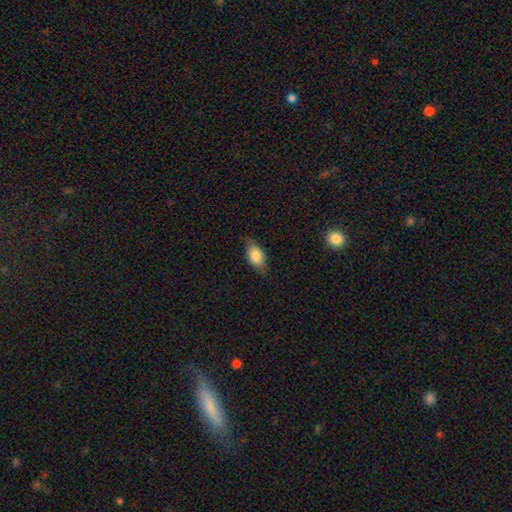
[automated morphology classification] Q: Smooth or featured?
A: smooth (76%); runner-up: featured or disk (17%)
Q: How rounded?
A: in between (86%); runner-up: round (7%)
Q: Merging?
A: none (74%); runner-up: minor disturbance (20%)